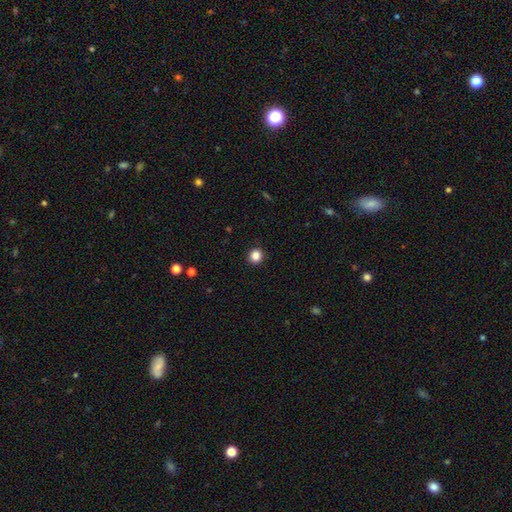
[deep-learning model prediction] smooth-or-featured: smooth: 85% | star or artifact: 11% | featured or disk: 3%
  how-rounded: round: 91% | in between: 8% | cigar-shaped: 1%
  merging: none: 92% | minor disturbance: 5% | major disturbance: 2% | merger: 1%